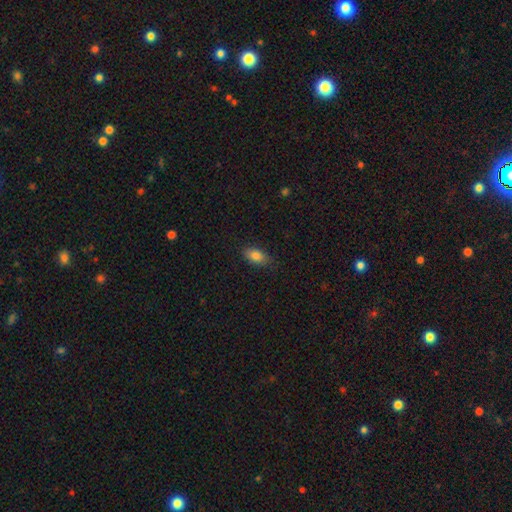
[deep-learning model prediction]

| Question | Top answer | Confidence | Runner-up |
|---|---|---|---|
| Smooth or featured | smooth | 84% | star or artifact (8%) |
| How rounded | in between | 89% | round (7%) |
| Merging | none | 81% | minor disturbance (15%) |